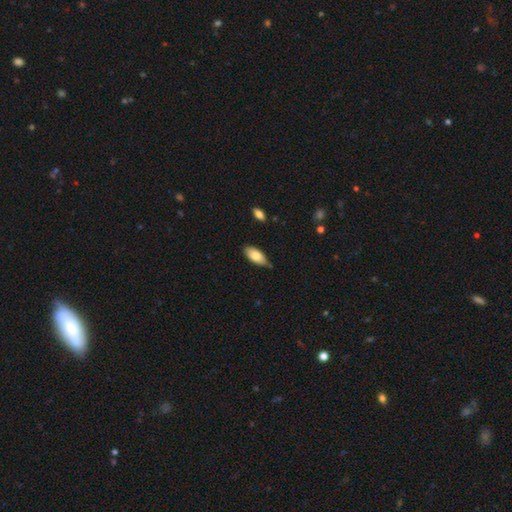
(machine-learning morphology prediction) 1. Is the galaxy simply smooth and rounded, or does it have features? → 79% smooth, 15% featured or disk, 6% star or artifact.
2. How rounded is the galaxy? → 89% in between, 9% cigar-shaped, 2% round.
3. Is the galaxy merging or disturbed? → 70% none, 24% minor disturbance, 3% major disturbance, 3% merger.